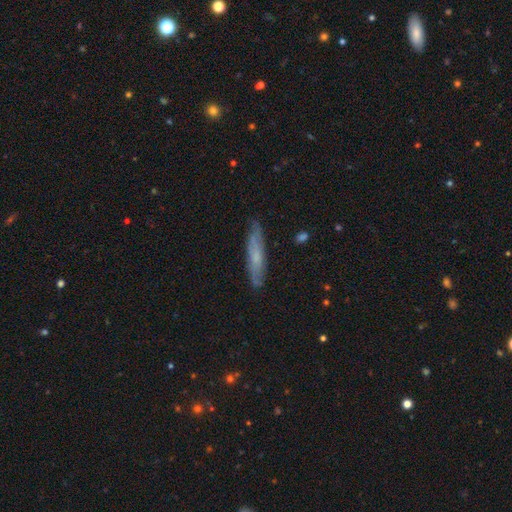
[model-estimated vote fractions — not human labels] Smooth or featured? smooth (49%)
Merging? none (83%)